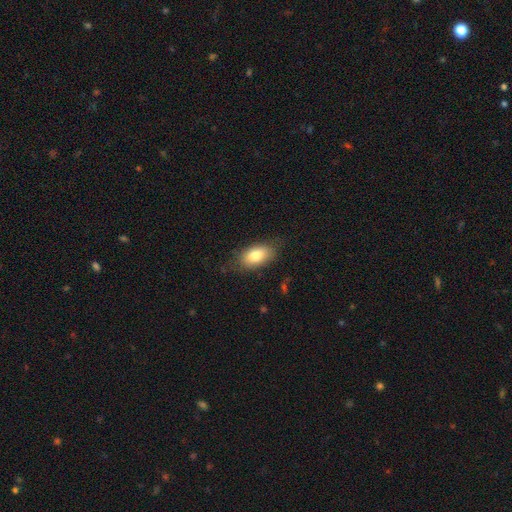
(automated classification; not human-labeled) Morphology: type=smooth (81%); roundness=in between (91%); merging=none (77%).